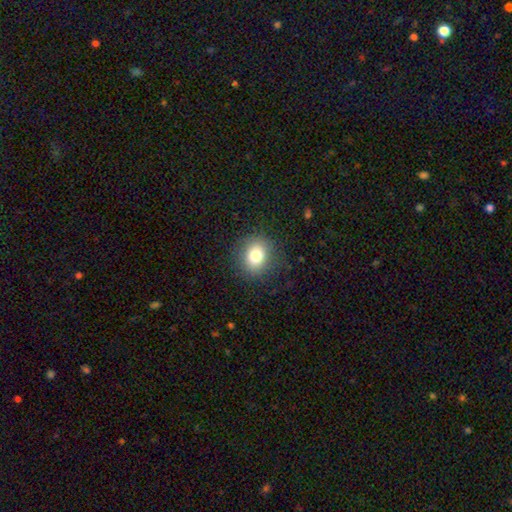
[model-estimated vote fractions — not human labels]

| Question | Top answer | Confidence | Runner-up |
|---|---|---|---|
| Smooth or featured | smooth | 79% | star or artifact (11%) |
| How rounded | round | 68% | in between (31%) |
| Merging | none | 86% | minor disturbance (9%) |